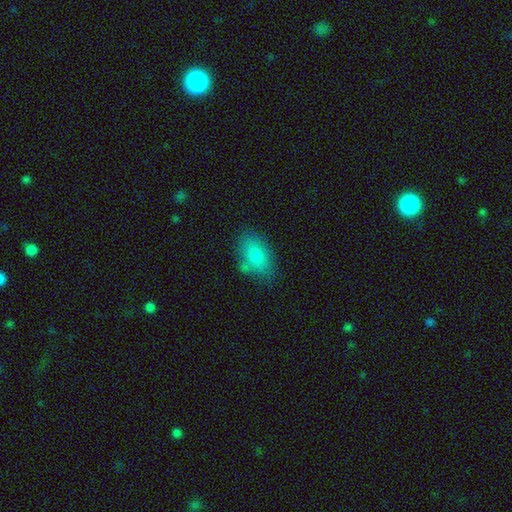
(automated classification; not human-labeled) This appears to be a smooth galaxy with no disk features (80%) that is in between round and cigar-shaped (88%). Merging: none (67%).